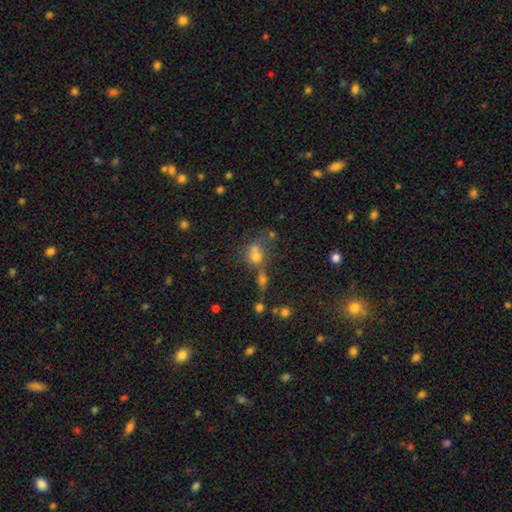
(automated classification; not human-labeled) Smooth or featured? Predicted: smooth (p=0.58). How rounded? Predicted: round (p=0.70). Merging? Predicted: merger (p=0.42).